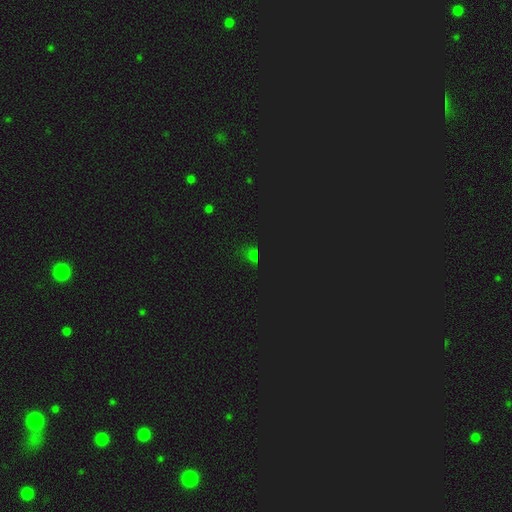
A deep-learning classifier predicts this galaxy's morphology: A star or artifact, not a galaxy (65%).

Vote fractions:
- Smooth or featured? star or artifact: 65% / smooth: 28% / featured or disk: 8%